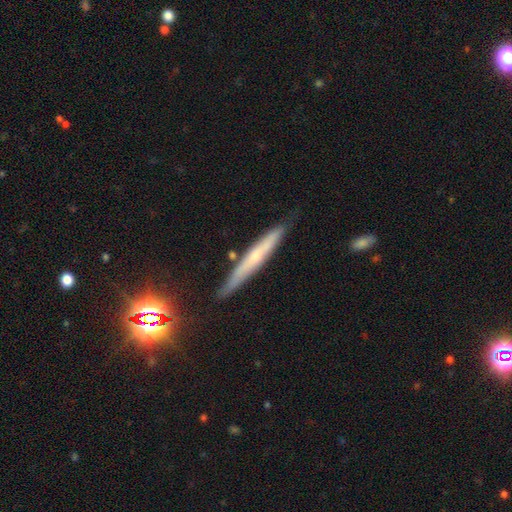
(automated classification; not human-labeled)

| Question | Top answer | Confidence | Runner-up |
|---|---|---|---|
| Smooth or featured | featured or disk | 48% | smooth (42%) |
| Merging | none | 84% | minor disturbance (12%) |